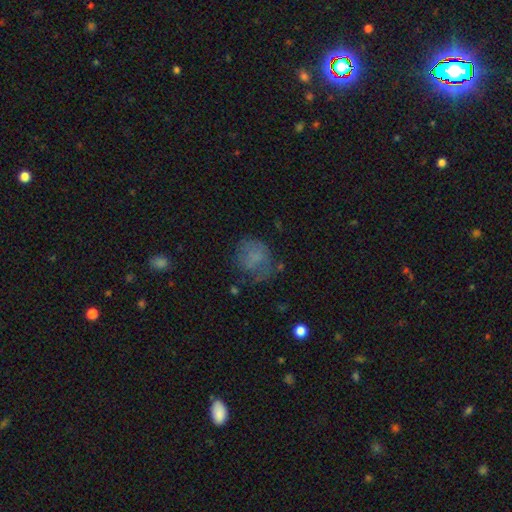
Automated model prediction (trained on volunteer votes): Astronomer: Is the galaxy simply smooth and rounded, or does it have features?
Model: smooth — 60%.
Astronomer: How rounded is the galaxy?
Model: round — 63%.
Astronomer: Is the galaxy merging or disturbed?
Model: none — 50%.